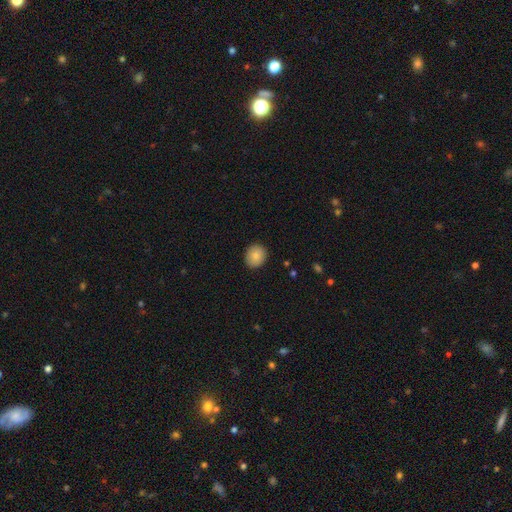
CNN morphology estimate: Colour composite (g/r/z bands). It shows a smooth galaxy with no disk features (86%) that is round (68%). Merging: none (89%).